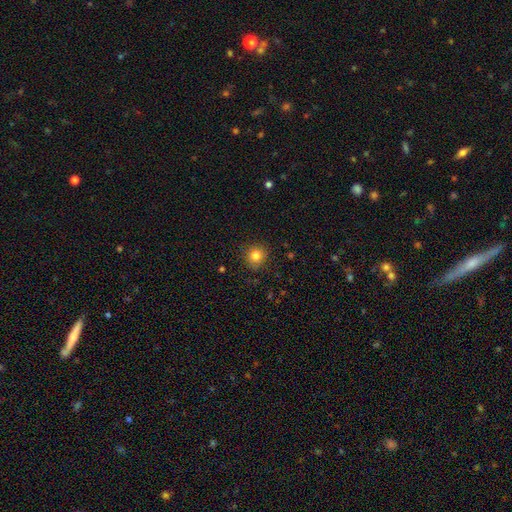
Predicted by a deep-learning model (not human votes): smooth-or-featured: smooth: 83% | star or artifact: 11% | featured or disk: 6%
  how-rounded: round: 87% | in between: 12% | cigar-shaped: 1%
  merging: none: 87% | minor disturbance: 10% | major disturbance: 3% | merger: 1%